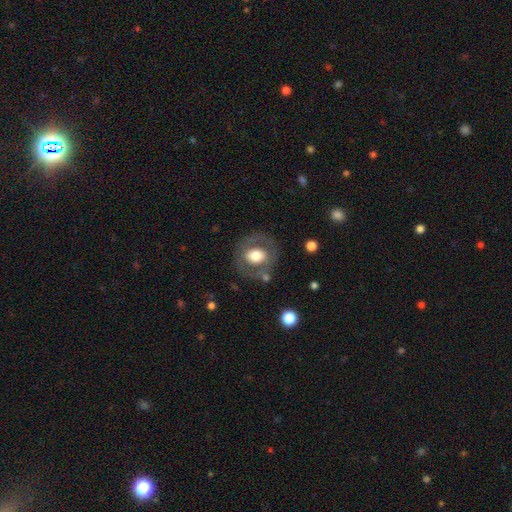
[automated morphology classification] Overall: smooth (53%; featured or disk 40%). How rounded: round (70%). Merging: none (75%).